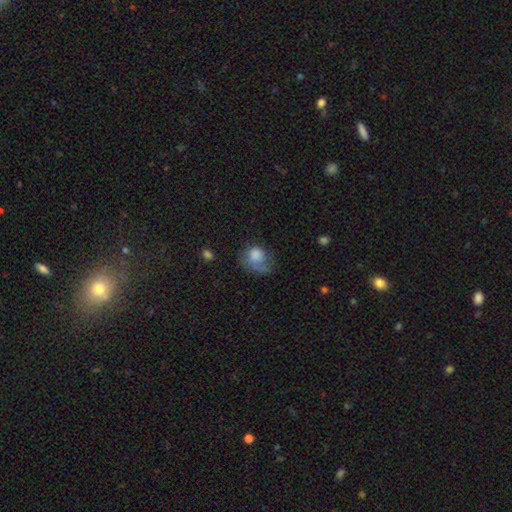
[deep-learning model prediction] smooth_or_featured: smooth (p=0.67) [alt: featured or disk p=0.25]
how_rounded: round (p=0.63) [alt: in between p=0.36]
merging: major disturbance (p=0.42) [alt: none p=0.30]